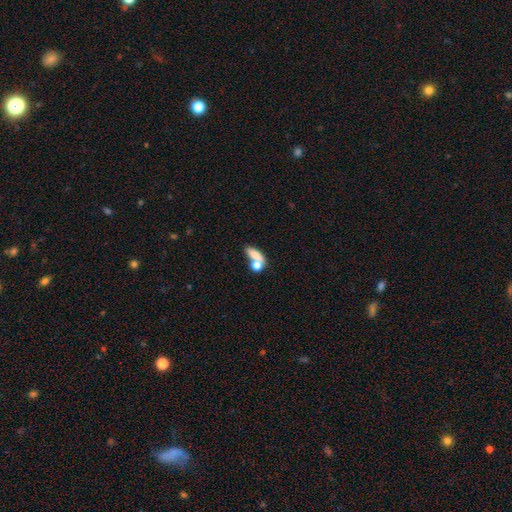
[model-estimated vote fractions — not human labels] smooth-or-featured: smooth: 73% | featured or disk: 16% | star or artifact: 10%
  how-rounded: in between: 62% | cigar-shaped: 19% | round: 18%
  merging: merger: 45% | none: 35% | minor disturbance: 11% | major disturbance: 9%